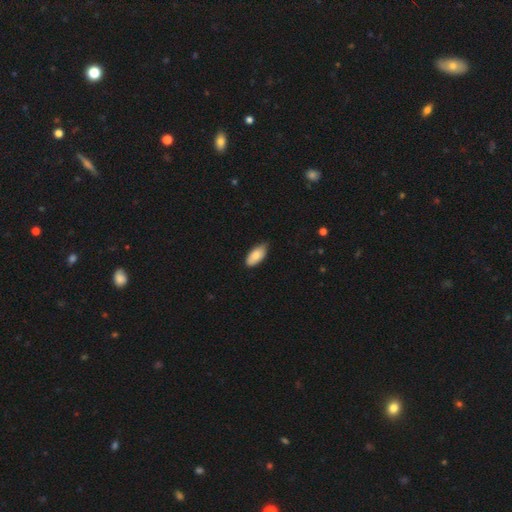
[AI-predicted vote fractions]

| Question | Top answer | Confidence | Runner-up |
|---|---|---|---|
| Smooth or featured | smooth | 83% | featured or disk (11%) |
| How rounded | in between | 93% | cigar-shaped (5%) |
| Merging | none | 73% | minor disturbance (23%) |